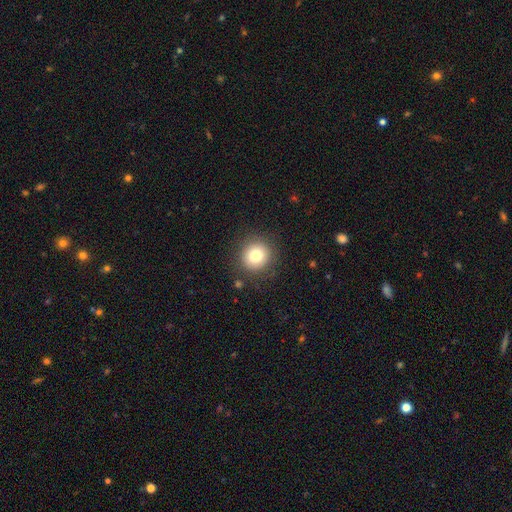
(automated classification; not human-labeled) Q: Smooth or featured?
A: smooth (79%); runner-up: star or artifact (11%)
Q: How rounded?
A: round (91%); runner-up: in between (8%)
Q: Merging?
A: none (88%); runner-up: minor disturbance (8%)